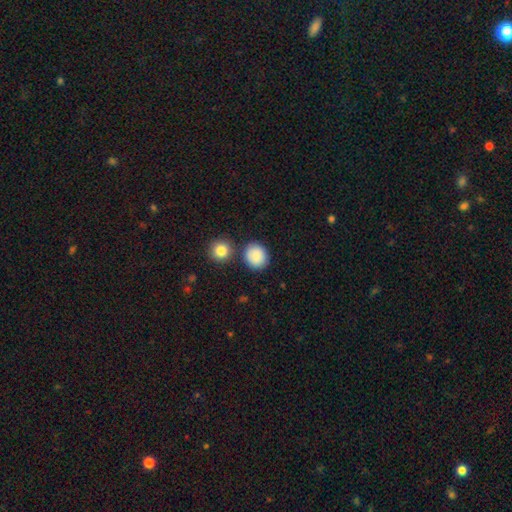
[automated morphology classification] smooth 88%, star or artifact 7%, featured or disk 5%. Down the decision tree: how rounded — round (76%); merging — none (80%).